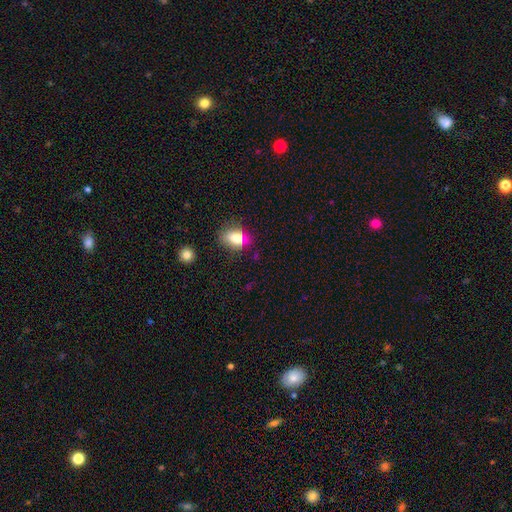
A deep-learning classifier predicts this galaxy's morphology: Q: Smooth or featured?
A: smooth (71%); runner-up: star or artifact (20%)
Q: How rounded?
A: in between (60%); runner-up: round (36%)
Q: Merging?
A: none (74%); runner-up: minor disturbance (17%)